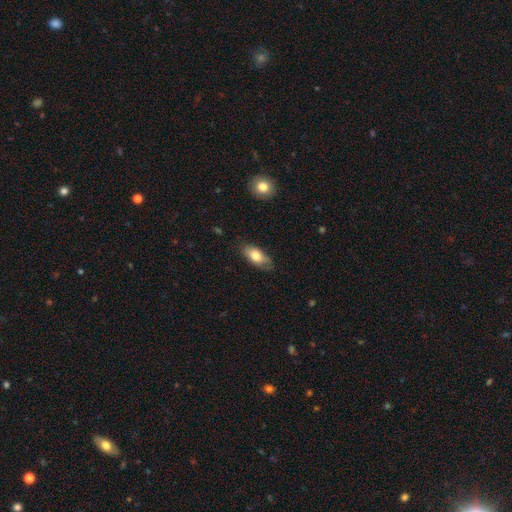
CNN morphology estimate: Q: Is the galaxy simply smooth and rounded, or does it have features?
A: smooth — 74%.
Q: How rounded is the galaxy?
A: in between — 86%.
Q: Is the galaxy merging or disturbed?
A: none — 77%.